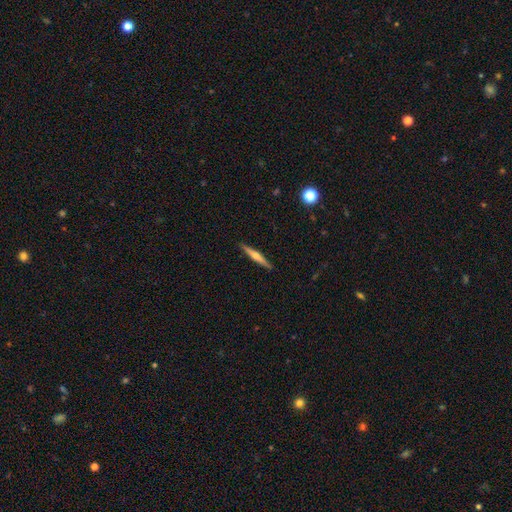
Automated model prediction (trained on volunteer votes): A featured or disk galaxy (56%) viewed edge-on (97%) with a rounded central bulge (77%). Merging: none (91%).